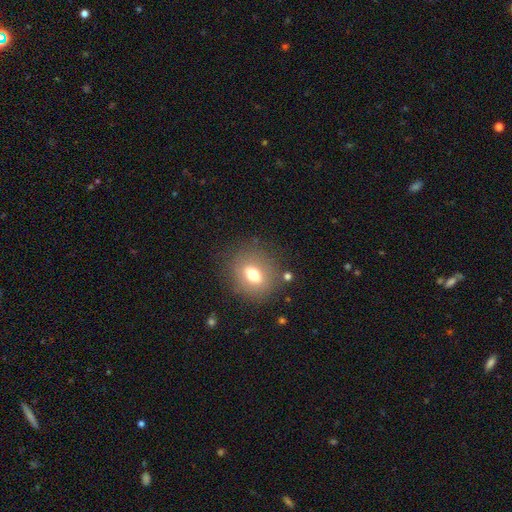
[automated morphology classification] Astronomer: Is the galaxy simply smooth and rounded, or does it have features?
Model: smooth — 67%.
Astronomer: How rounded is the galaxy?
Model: round — 69%.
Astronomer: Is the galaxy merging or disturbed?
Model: none — 85%.